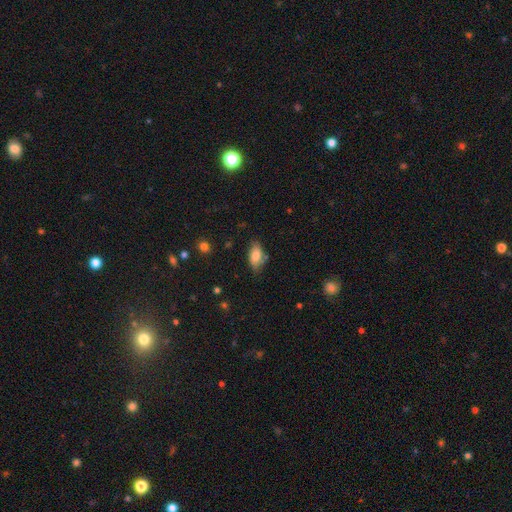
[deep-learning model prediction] This is likely a smooth galaxy (79%). How rounded: clearly in between (91%). Merging: likely none (70%).